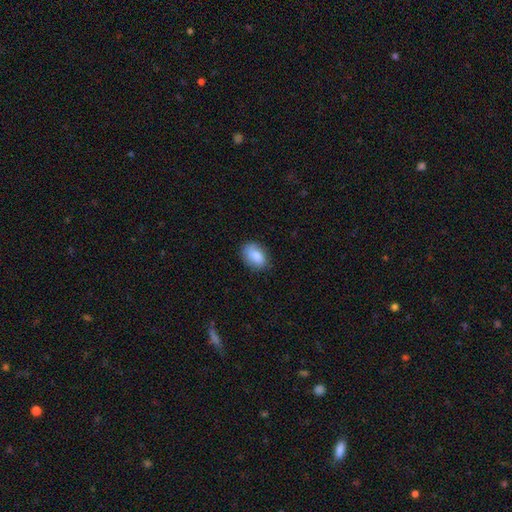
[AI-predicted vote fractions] Smooth or featured? Predicted: smooth (p=0.85). How rounded? Predicted: in between (p=0.86). Merging? Predicted: none (p=0.79).